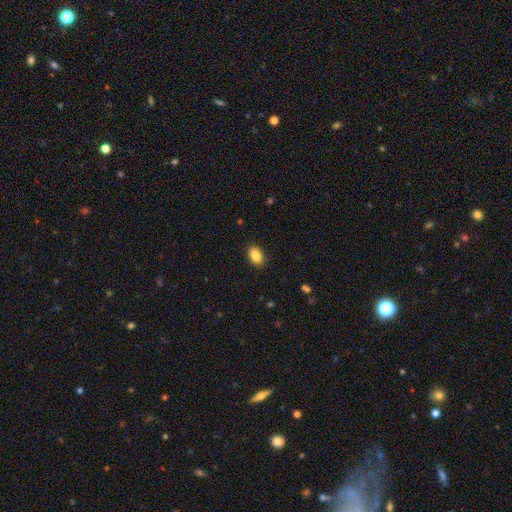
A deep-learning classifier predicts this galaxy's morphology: Smooth or featured?
  - smooth: 89% *
  - star or artifact: 8%
  - featured or disk: 4%
How rounded?
  - in between: 87% *
  - round: 12%
  - cigar-shaped: 1%
Merging?
  - none: 89% *
  - minor disturbance: 8%
  - major disturbance: 2%
  - merger: 1%